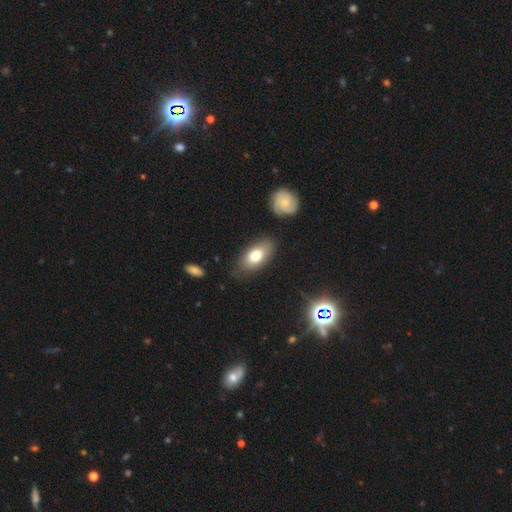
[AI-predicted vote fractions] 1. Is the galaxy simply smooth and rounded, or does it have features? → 74% smooth, 19% featured or disk, 7% star or artifact.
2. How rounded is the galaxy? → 87% in between, 7% round, 6% cigar-shaped.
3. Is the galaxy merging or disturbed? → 77% none, 17% minor disturbance, 4% major disturbance, 3% merger.